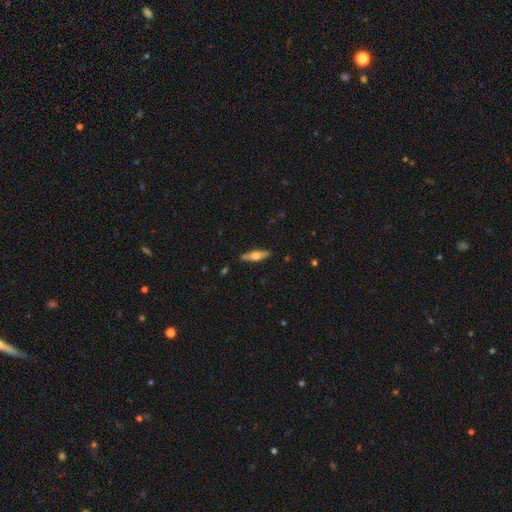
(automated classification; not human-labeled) Smooth or featured? Predicted: featured or disk (p=0.52). Edge-on disk? Predicted: yes (p=0.93). Merging? Predicted: none (p=0.87).